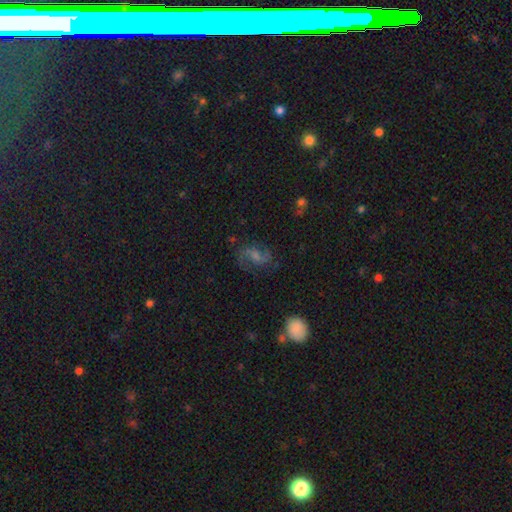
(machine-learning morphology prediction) The model was most divided on "bulge size" (2-way tie): moderate: 41%, small: 41%, none: 10%, large: 6%, dominant: 2%. Remaining: edge-on disk — no (97%); spiral arms — yes (94%); spiral arm count — 2 (89%); merging — none (77%); smooth or featured — featured or disk (70%); bar — weak (50%); spiral winding — medium (49%).